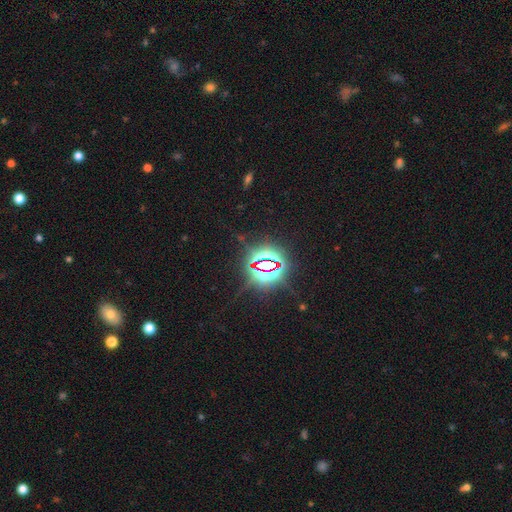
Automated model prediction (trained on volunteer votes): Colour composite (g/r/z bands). It shows a star or artifact, not a galaxy (82%).